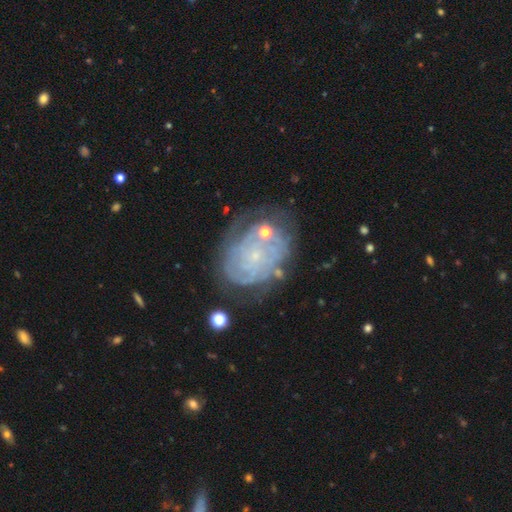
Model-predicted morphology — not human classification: Smooth or featured? Predicted: featured or disk (p=0.77). Edge-on disk? Predicted: no (p=0.97). Bar? Predicted: no (p=0.82). Spiral arms? Predicted: yes (p=0.86). Spiral winding? Predicted: tight (p=0.74). Spiral arm count? Predicted: can't tell (p=0.47). Bulge size? Predicted: small (p=0.84). Merging? Predicted: none (p=0.60).